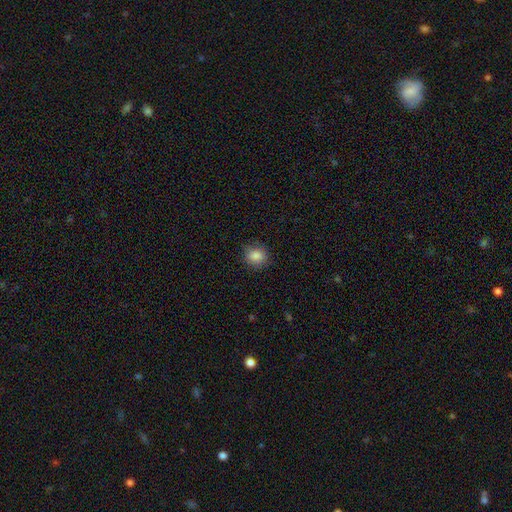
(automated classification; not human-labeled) Q: Smooth or featured?
A: smooth (86%); runner-up: star or artifact (10%)
Q: How rounded?
A: round (80%); runner-up: in between (19%)
Q: Merging?
A: none (87%); runner-up: minor disturbance (10%)